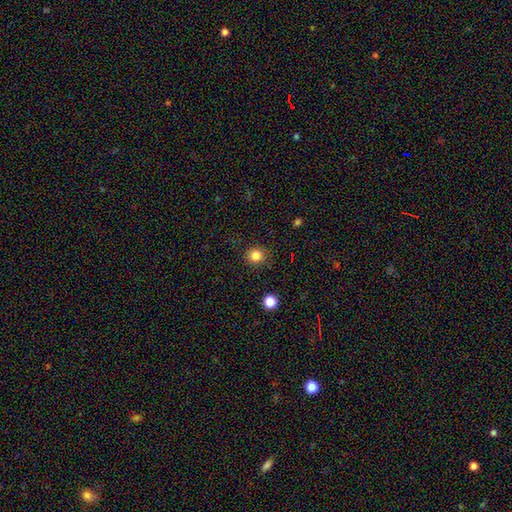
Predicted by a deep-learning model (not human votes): Smooth or featured: smooth — 83% (star or artifact — 12%)
How rounded: round — 89% (in between — 10%)
Merging: none — 90% (minor disturbance — 6%)